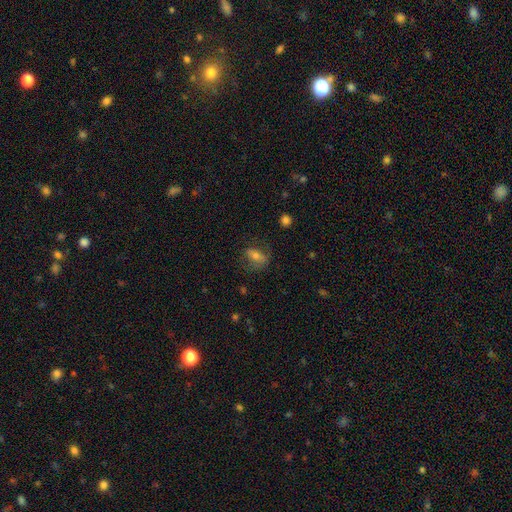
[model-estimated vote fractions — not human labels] A smooth galaxy with no disk features (51%) that is in between round and cigar-shaped (69%).

Vote fractions:
- Smooth or featured? smooth: 51% / featured or disk: 37% / star or artifact: 13%
- How rounded? in between: 69% / round: 24% / cigar-shaped: 8%
- Merging? none: 68% / minor disturbance: 19% / major disturbance: 12% / merger: 1%